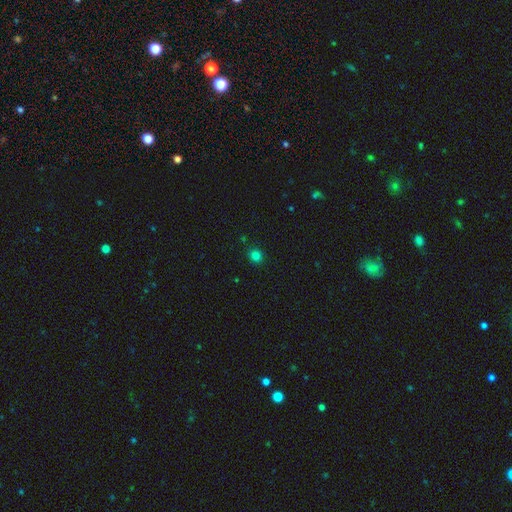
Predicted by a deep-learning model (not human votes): Smooth or featured?
  - smooth: 79% *
  - star or artifact: 16%
  - featured or disk: 4%
How rounded?
  - round: 82% *
  - in between: 18%
  - cigar-shaped: 1%
Merging?
  - none: 89% *
  - minor disturbance: 7%
  - major disturbance: 2%
  - merger: 2%